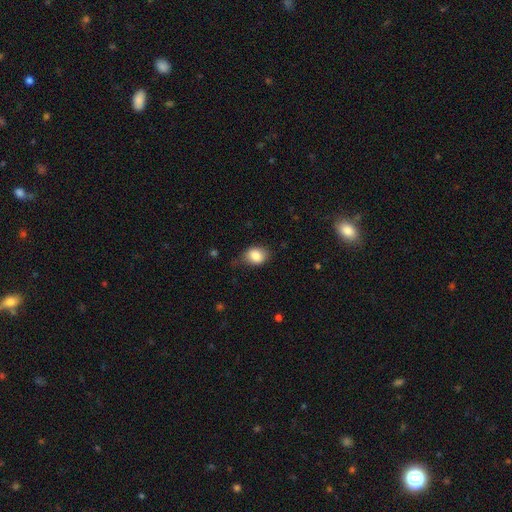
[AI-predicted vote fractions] Smooth or featured? smooth (84%)
How rounded? in between (53%)
Merging? none (65%)